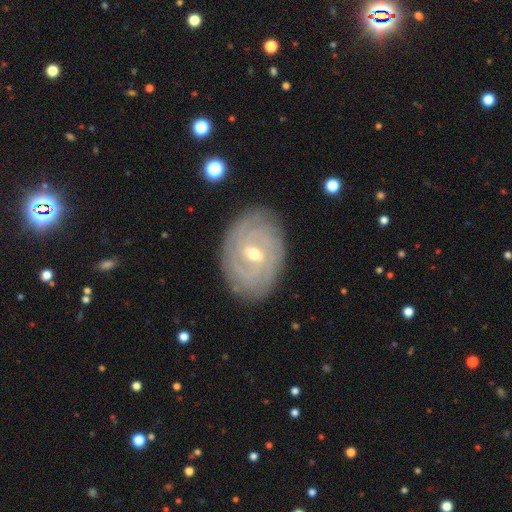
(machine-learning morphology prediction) This is likely a featured or disk galaxy (79%). It is clearly not viewed edge-on (95%). Bar: possibly weak (48%). Spiral arm pattern: clearly yes (92%). Spiral arm count: marginally can't tell (41%). Spiral winding: likely tight (79%). Central bulge: possibly moderate (50%). Merging: clearly none (84%).